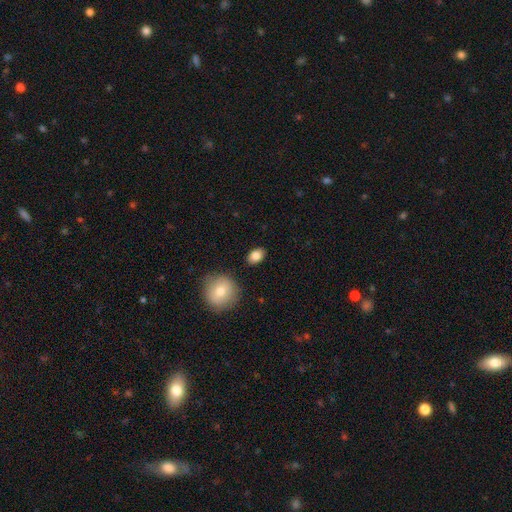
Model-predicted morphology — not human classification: This appears to be a smooth galaxy with no disk features (84%) that is in between round and cigar-shaped (81%). Merging: none (87%).